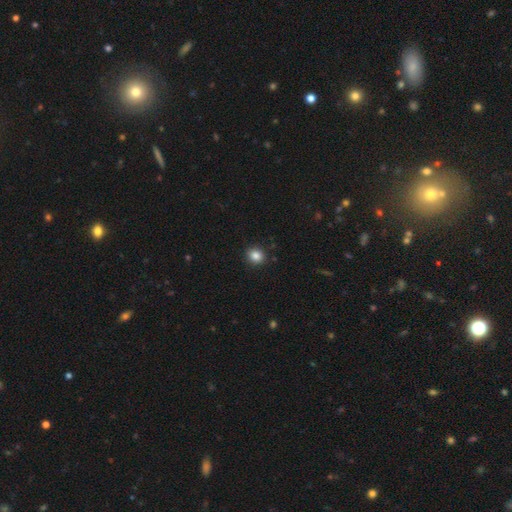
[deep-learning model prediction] Smooth or featured? smooth (85%)
How rounded? round (79%)
Merging? none (91%)